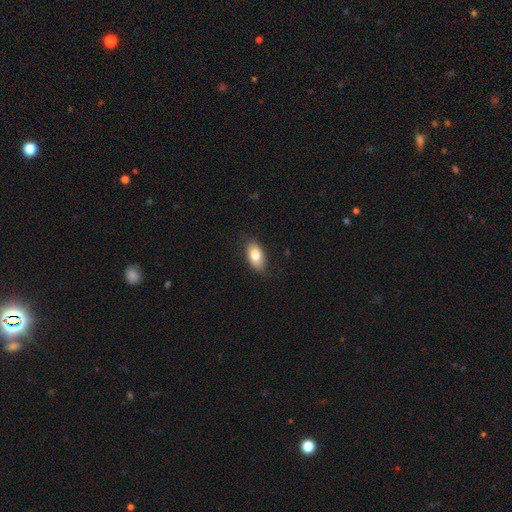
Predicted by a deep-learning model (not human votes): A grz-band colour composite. It shows a smooth galaxy with no disk features (77%) that is in between round and cigar-shaped (90%). Merging: none (78%).